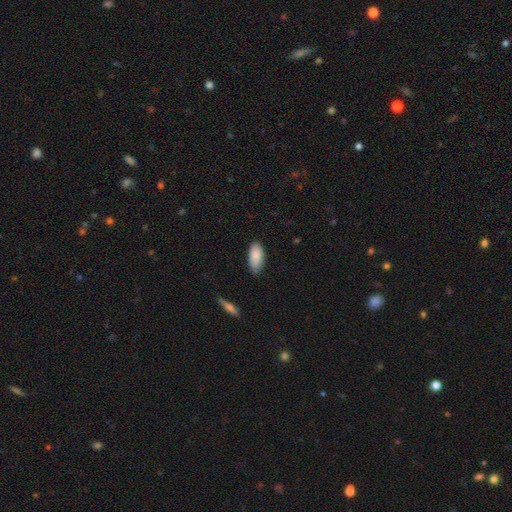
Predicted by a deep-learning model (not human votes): Q: Smooth or featured?
A: smooth (86%); runner-up: featured or disk (8%)
Q: How rounded?
A: in between (90%); runner-up: cigar-shaped (8%)
Q: Merging?
A: none (72%); runner-up: minor disturbance (24%)